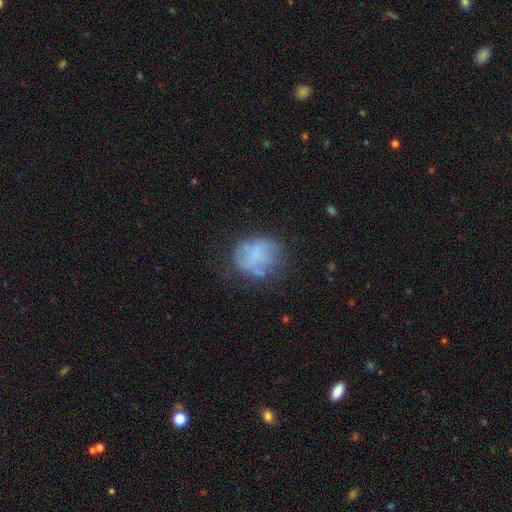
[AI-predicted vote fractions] Smooth or featured? smooth (55%)
How rounded? round (67%)
Merging? none (49%)